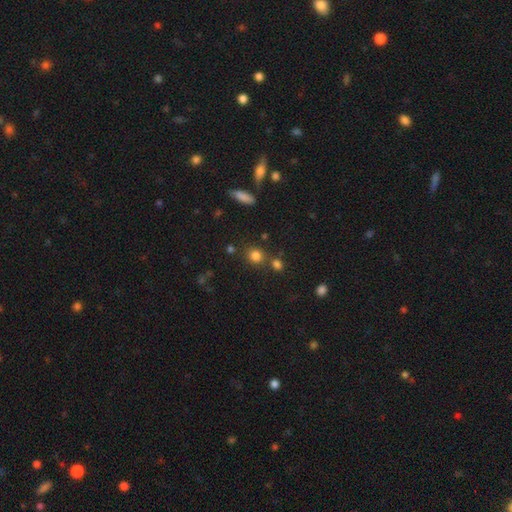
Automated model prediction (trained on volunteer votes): smooth 79%, star or artifact 15%, featured or disk 6%. Down the decision tree: how rounded — round (82%); merging — none (71%).